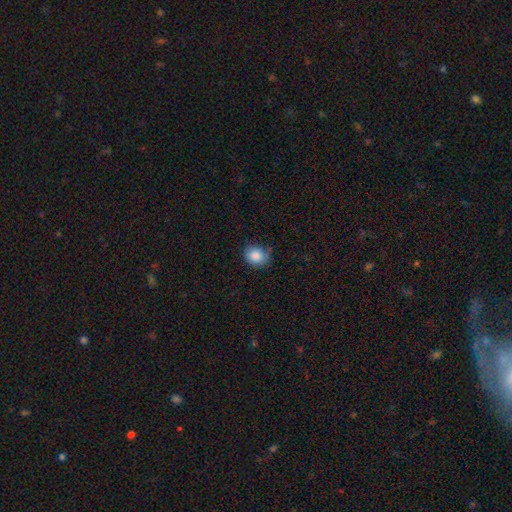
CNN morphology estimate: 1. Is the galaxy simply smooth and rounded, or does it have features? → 85% smooth, 9% star or artifact, 6% featured or disk.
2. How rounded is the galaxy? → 65% round, 34% in between, 1% cigar-shaped.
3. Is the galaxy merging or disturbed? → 67% none, 26% minor disturbance, 5% major disturbance, 2% merger.